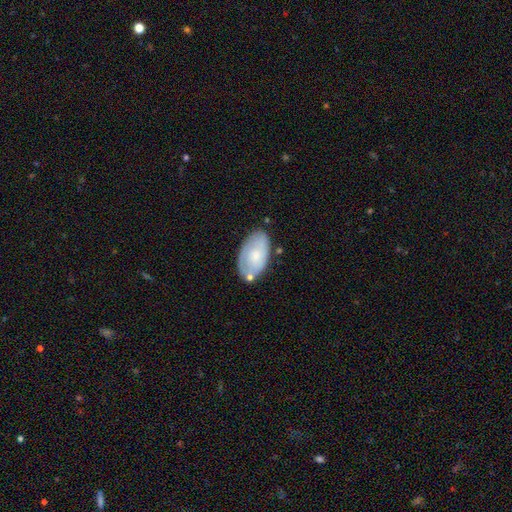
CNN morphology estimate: Smooth or featured? Predicted: smooth (p=0.54). How rounded? Predicted: in between (p=0.94). Merging? Predicted: none (p=0.62).